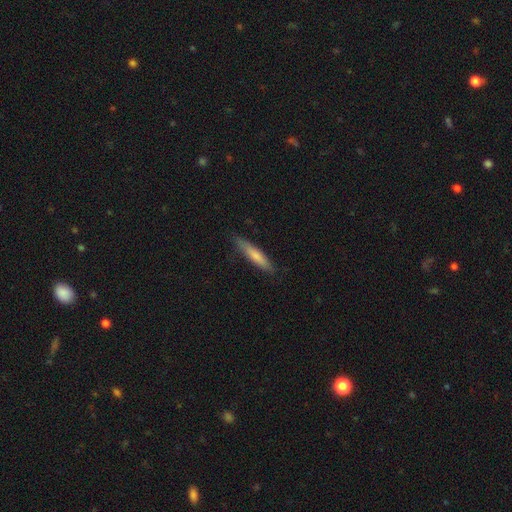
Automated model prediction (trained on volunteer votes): smooth_or_featured: smooth (p=0.72) [alt: featured or disk p=0.23]
how_rounded: cigar-shaped (p=0.87) [alt: in between p=0.11]
merging: none (p=0.82) [alt: minor disturbance p=0.15]